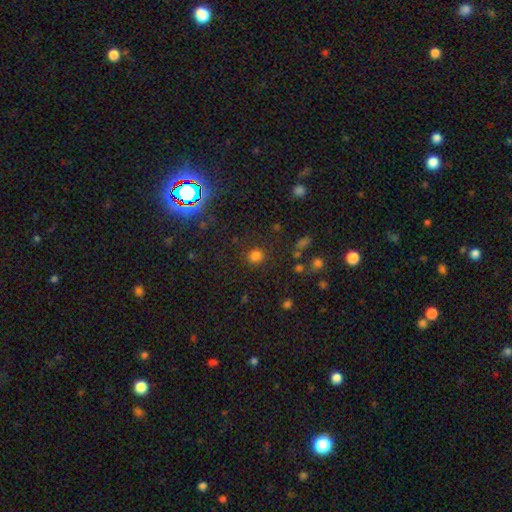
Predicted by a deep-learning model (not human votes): Smooth or featured? Predicted: smooth (p=0.75). How rounded? Predicted: round (p=0.86). Merging? Predicted: none (p=0.83).